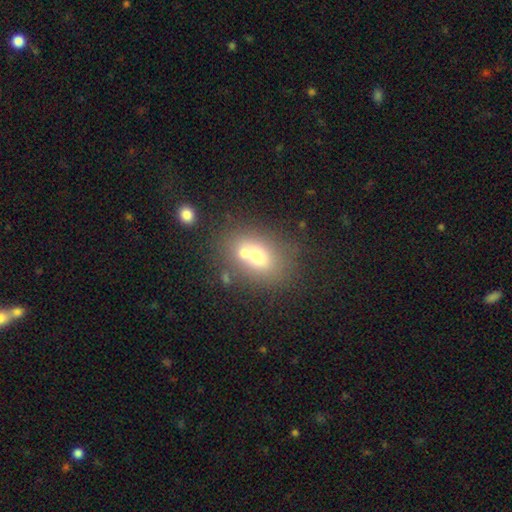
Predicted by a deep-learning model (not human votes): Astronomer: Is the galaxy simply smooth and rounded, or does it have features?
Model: smooth — 64%.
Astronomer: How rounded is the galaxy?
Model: in between — 65%.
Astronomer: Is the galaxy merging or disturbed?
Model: merger — 45% (runner-up: none, 39%).